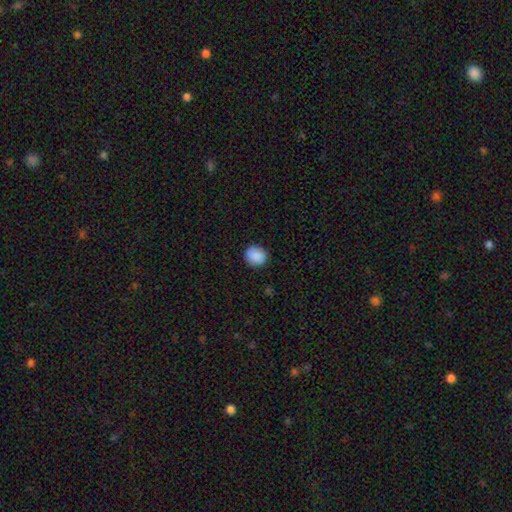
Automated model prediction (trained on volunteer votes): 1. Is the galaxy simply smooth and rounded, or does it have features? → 89% smooth, 8% star or artifact, 3% featured or disk.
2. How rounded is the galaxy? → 79% round, 20% in between, 1% cigar-shaped.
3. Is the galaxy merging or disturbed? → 89% none, 8% minor disturbance, 2% major disturbance, 1% merger.